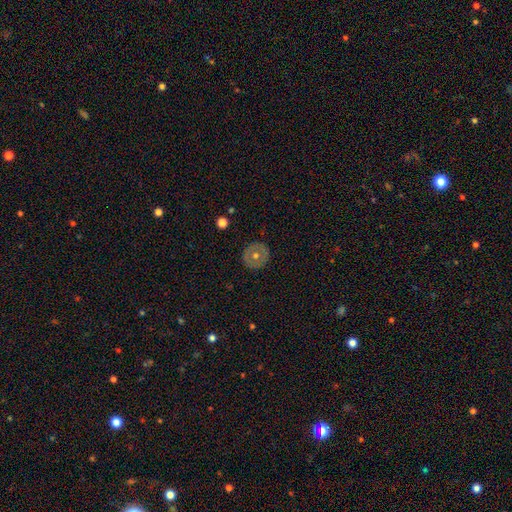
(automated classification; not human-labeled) A smooth galaxy with no disk features (50%).

Vote fractions:
- Smooth or featured? smooth: 50% / featured or disk: 42% / star or artifact: 8%
- Merging? none: 90% / minor disturbance: 7% / major disturbance: 2% / merger: 1%